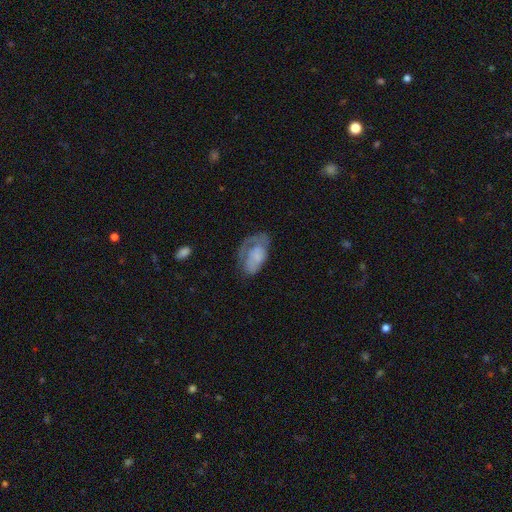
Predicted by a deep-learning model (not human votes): Q: Smooth or featured?
A: smooth (48%); runner-up: featured or disk (44%)
Q: Merging?
A: none (38%); runner-up: major disturbance (33%)